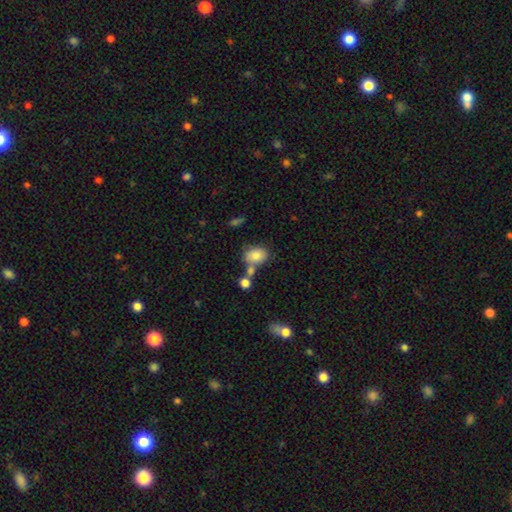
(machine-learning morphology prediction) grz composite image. It shows a smooth galaxy with no disk features (80%) that is in between round and cigar-shaped (66%). Merging: none (53%).